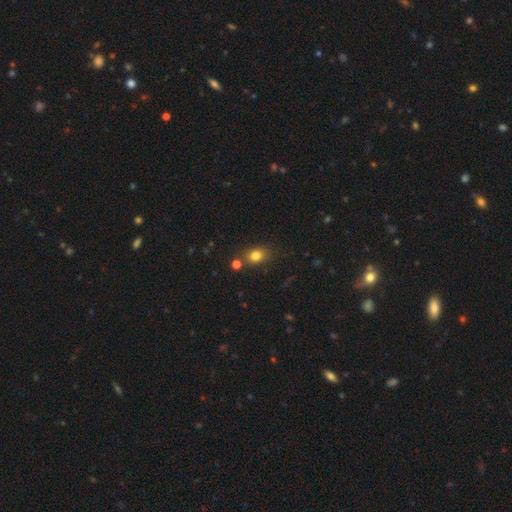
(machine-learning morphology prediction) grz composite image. It shows a smooth galaxy with no disk features (80%) that is in between round and cigar-shaped (54%). Merging: none (76%).